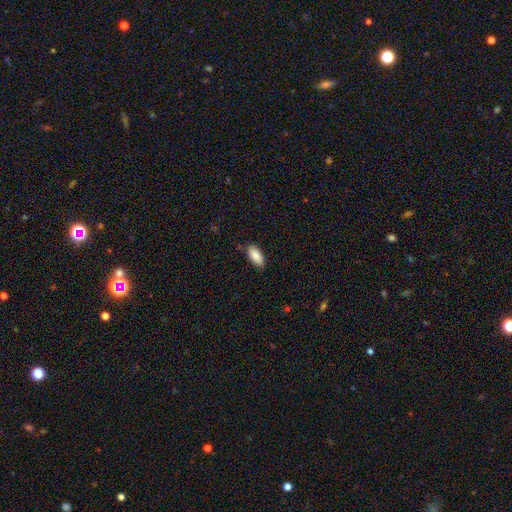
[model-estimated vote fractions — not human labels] This appears to be a smooth galaxy with no disk features (88%) that is in between round and cigar-shaped (89%). Merging: none (84%).